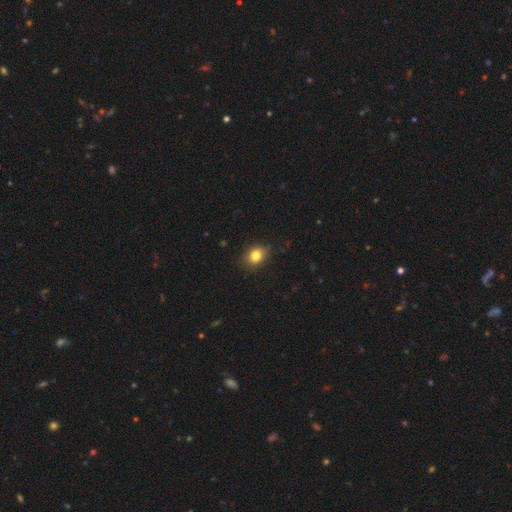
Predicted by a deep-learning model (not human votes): The model was most divided on "how rounded": round: 50%, in between: 49%, cigar-shaped: 1%. More confident: smooth or featured — smooth (82%); merging — none (81%).